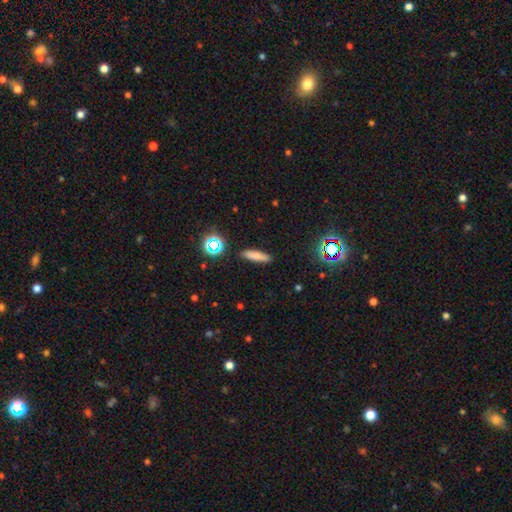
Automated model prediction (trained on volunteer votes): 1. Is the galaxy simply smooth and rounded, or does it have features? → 72% smooth, 14% featured or disk, 14% star or artifact.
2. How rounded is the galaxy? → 74% cigar-shaped, 22% in between, 4% round.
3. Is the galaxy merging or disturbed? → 89% none, 8% minor disturbance, 2% major disturbance, 2% merger.